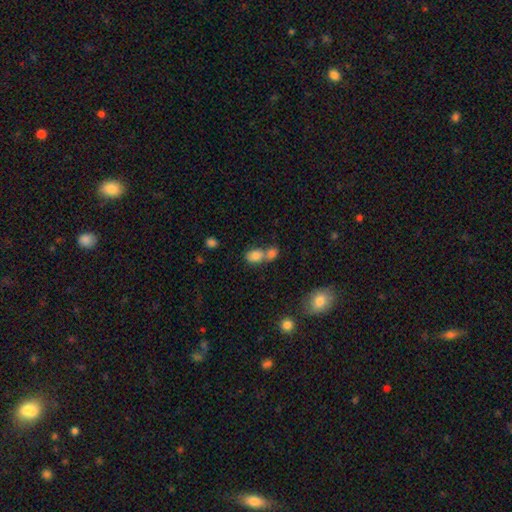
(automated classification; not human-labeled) Morphology: type=smooth (80%); roundness=in between (67%); merging=merger (56%).